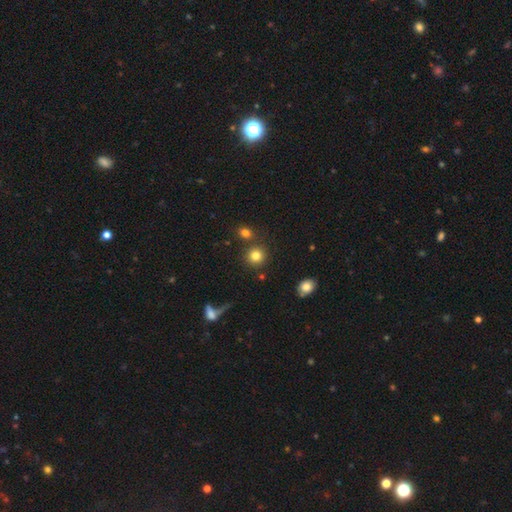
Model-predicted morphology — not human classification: smooth 80%, star or artifact 13%, featured or disk 7%. Down the decision tree: how rounded — round (90%); merging — none (81%).